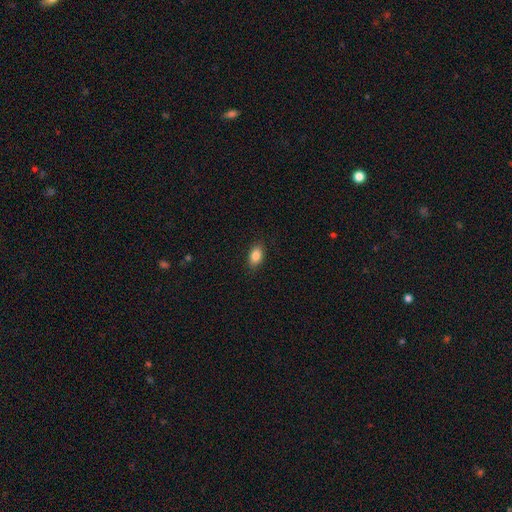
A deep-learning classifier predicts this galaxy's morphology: Q: Smooth or featured?
A: smooth (86%); runner-up: star or artifact (8%)
Q: How rounded?
A: in between (89%); runner-up: round (9%)
Q: Merging?
A: none (88%); runner-up: minor disturbance (9%)